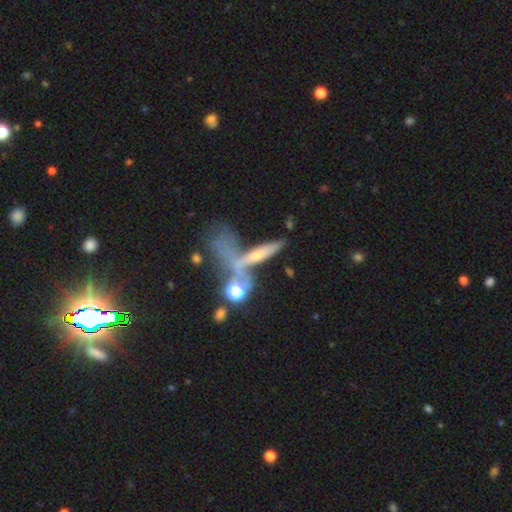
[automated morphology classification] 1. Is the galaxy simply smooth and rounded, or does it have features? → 45% featured or disk, 41% smooth, 15% star or artifact.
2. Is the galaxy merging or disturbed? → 37% none, 31% merger, 17% major disturbance, 15% minor disturbance.